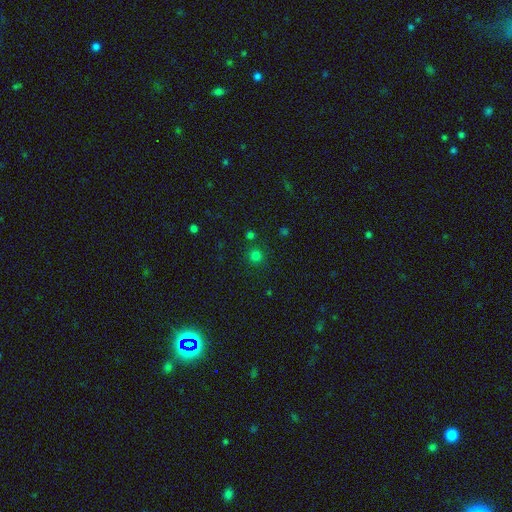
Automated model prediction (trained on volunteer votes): smooth-or-featured: smooth: 76% | star or artifact: 20% | featured or disk: 5%
  how-rounded: round: 93% | in between: 6% | cigar-shaped: 1%
  merging: none: 85% | minor disturbance: 7% | merger: 5% | major disturbance: 3%